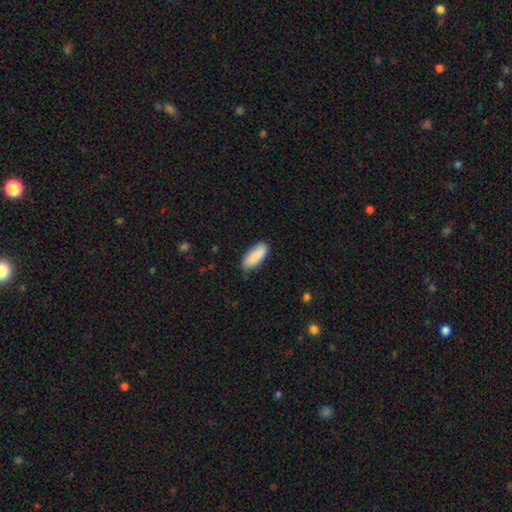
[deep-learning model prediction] Smooth or featured? Predicted: smooth (p=0.87). How rounded? Predicted: in between (p=0.81). Merging? Predicted: none (p=0.77).